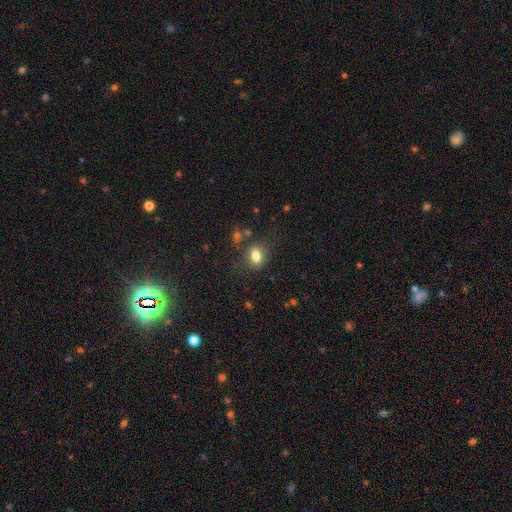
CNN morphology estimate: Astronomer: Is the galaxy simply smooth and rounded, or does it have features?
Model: smooth — 79%.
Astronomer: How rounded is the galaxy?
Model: in between — 71%.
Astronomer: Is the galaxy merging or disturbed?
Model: none — 74%.